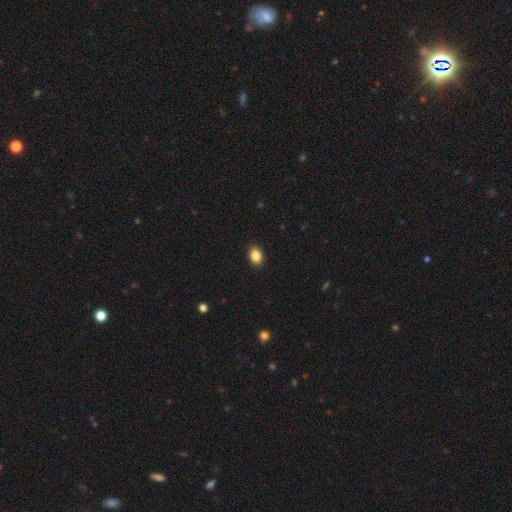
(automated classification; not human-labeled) Q: Smooth or featured?
A: smooth (86%); runner-up: star or artifact (9%)
Q: How rounded?
A: in between (72%); runner-up: round (27%)
Q: Merging?
A: none (91%); runner-up: minor disturbance (6%)